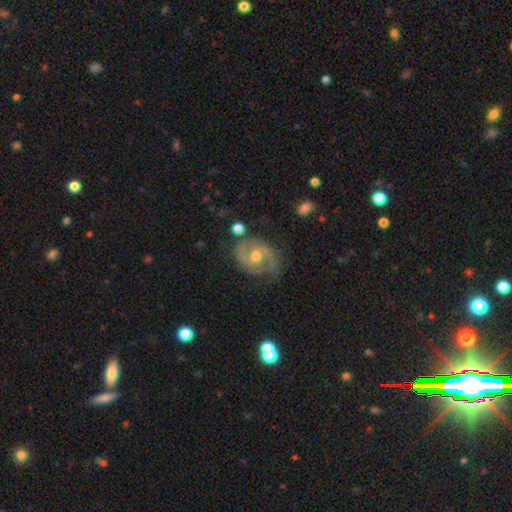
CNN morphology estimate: Overall: featured or disk (88%). Edge-on disk: no (97%). Bar: no (50%; weak 39%). Spiral arms: yes (97%). Spiral arm count: 2 (88%). Spiral winding: medium (53%; tight 33%). Bulge size: moderate (63%; small 34%). Merging: none (74%).